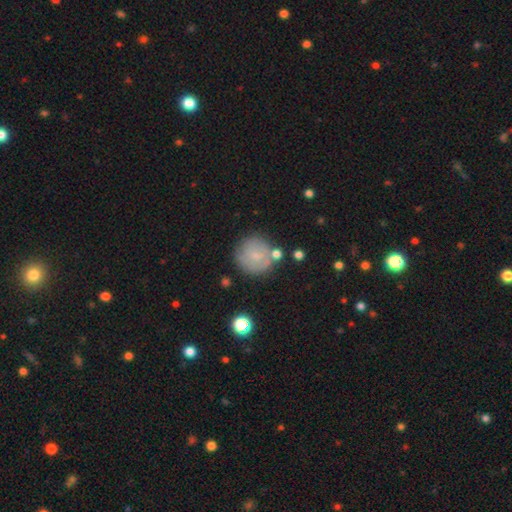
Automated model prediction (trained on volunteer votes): A smooth galaxy with no disk features (57%) that is round (92%). Merging: none (71%).